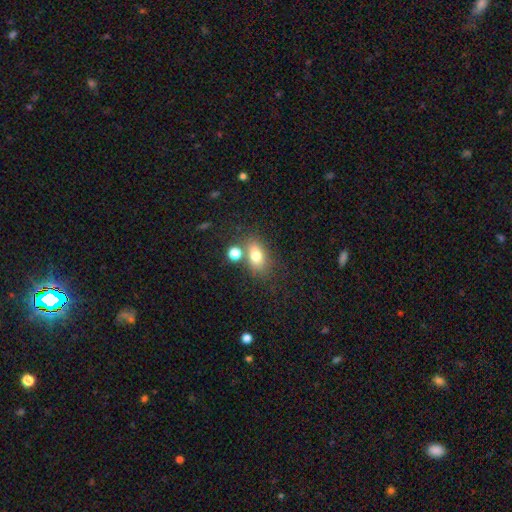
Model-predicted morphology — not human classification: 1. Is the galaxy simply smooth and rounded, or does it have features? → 76% smooth, 12% featured or disk, 12% star or artifact.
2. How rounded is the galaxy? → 75% in between, 22% round, 3% cigar-shaped.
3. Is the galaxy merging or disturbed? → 60% none, 21% merger, 14% minor disturbance, 5% major disturbance.